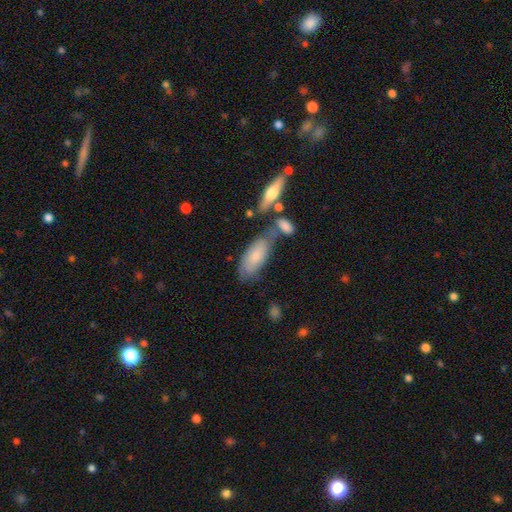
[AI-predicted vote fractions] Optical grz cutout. It shows a smooth galaxy with no disk features (69%) that is in between round and cigar-shaped (83%). Merging: none (55%).